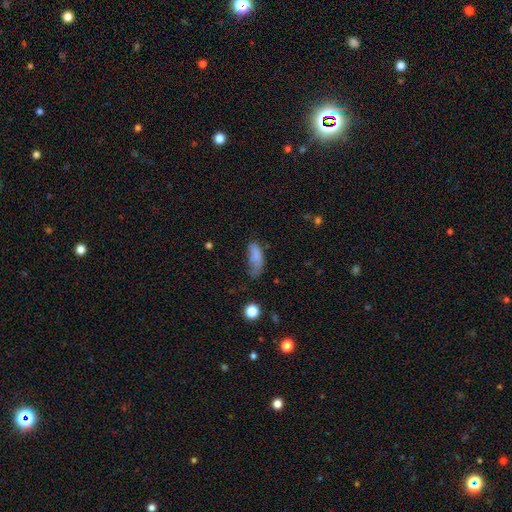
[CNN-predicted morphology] type=smooth (75%); roundness=in between (78%); merging=minor disturbance (35%).